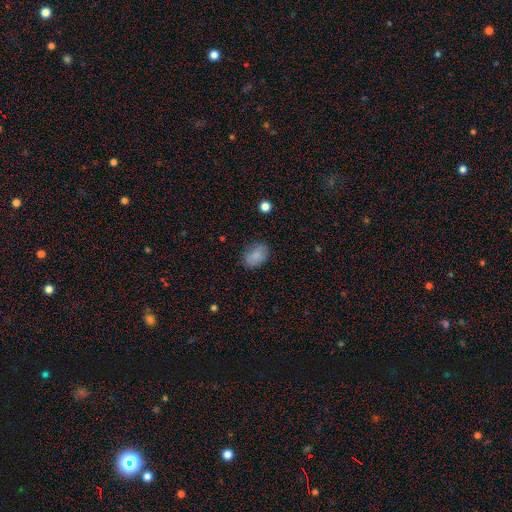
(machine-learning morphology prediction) smooth_or_featured: smooth (p=0.83) [alt: featured or disk p=0.09]
how_rounded: in between (p=0.78) [alt: round p=0.21]
merging: none (p=0.79) [alt: minor disturbance p=0.16]